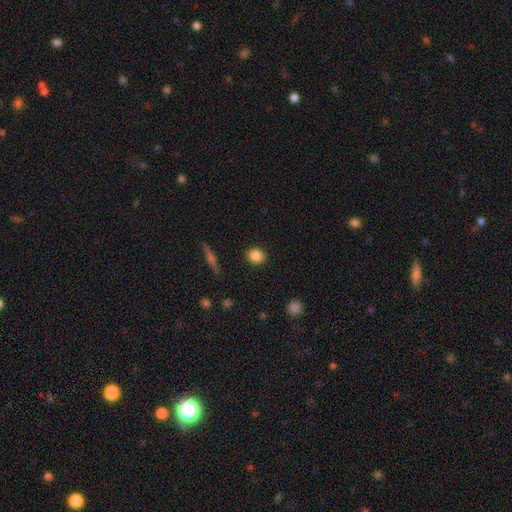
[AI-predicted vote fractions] Smooth or featured? smooth (85%)
How rounded? round (82%)
Merging? none (91%)